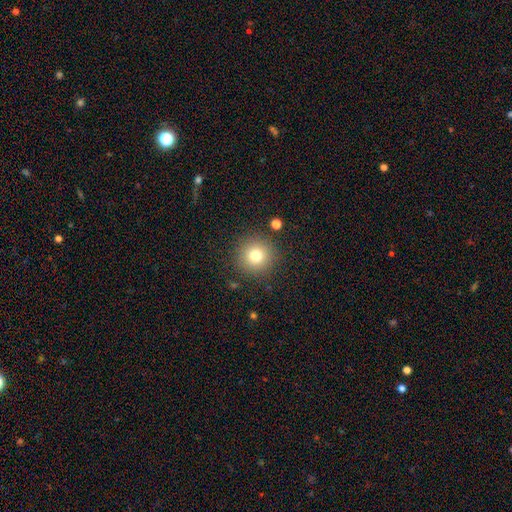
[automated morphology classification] The model was most divided on "smooth or featured": smooth: 78%, star or artifact: 13%, featured or disk: 9%. More confident: how rounded — round (95%); merging — none (88%).